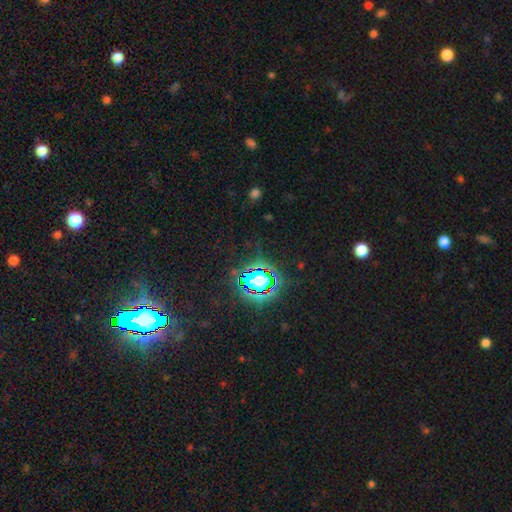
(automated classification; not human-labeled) Smooth or featured: star or artifact — 82% (smooth — 10%)